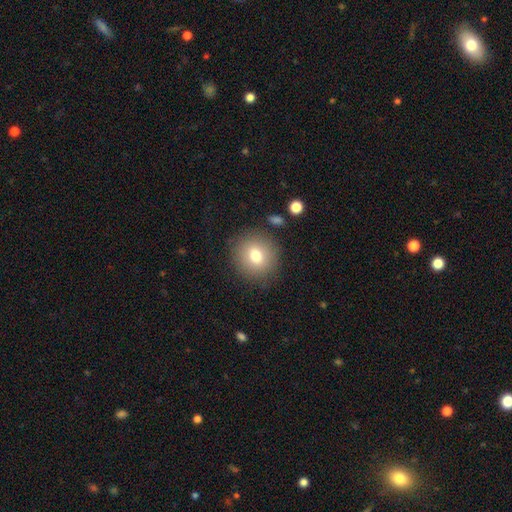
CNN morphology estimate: Smooth or featured? smooth (76%)
How rounded? round (90%)
Merging? none (86%)